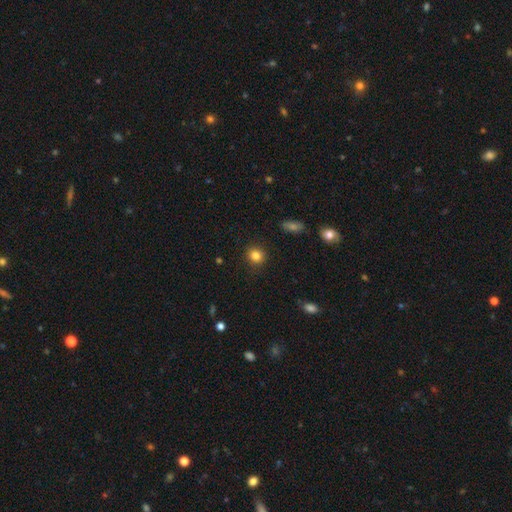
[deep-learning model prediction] Smooth or featured? Predicted: smooth (p=0.83). How rounded? Predicted: round (p=0.86). Merging? Predicted: none (p=0.89).